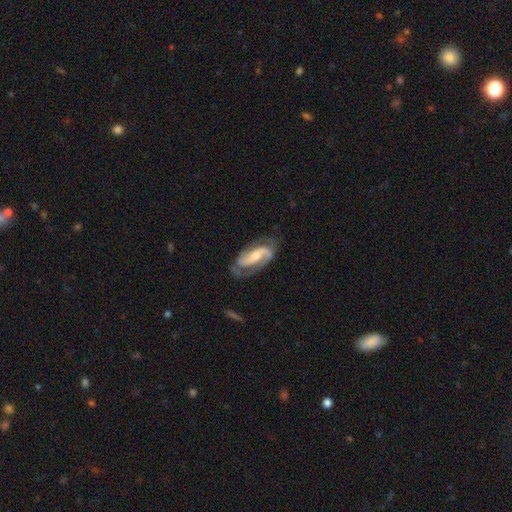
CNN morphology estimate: This is clearly a featured or disk galaxy (85%). It is clearly not viewed edge-on (96%). Bar: marginally weak (38%). Spiral arm pattern: clearly yes (96%). Spiral arm count: clearly 2 (85%). Spiral winding: possibly medium (48%). Central bulge: possibly moderate (54%). Merging: likely none (65%).